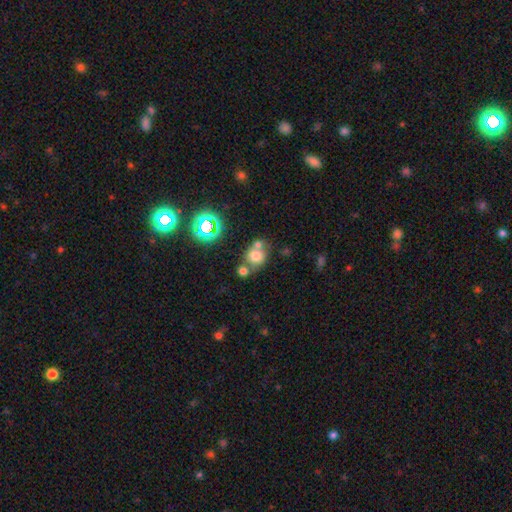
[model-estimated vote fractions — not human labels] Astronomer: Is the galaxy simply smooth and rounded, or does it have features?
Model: smooth — 70%.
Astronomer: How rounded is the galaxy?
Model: round — 72%.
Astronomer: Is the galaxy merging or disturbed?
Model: none — 49% (runner-up: merger, 35%).